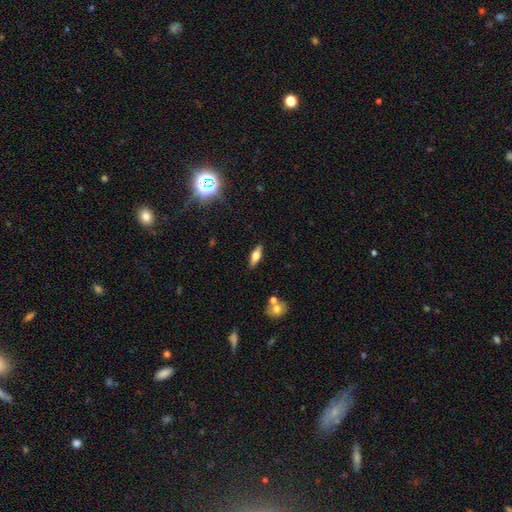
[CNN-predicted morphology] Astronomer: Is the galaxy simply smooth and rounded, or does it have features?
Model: featured or disk — 46%, tied with smooth at 46%.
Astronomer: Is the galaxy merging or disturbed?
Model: none — 87%.